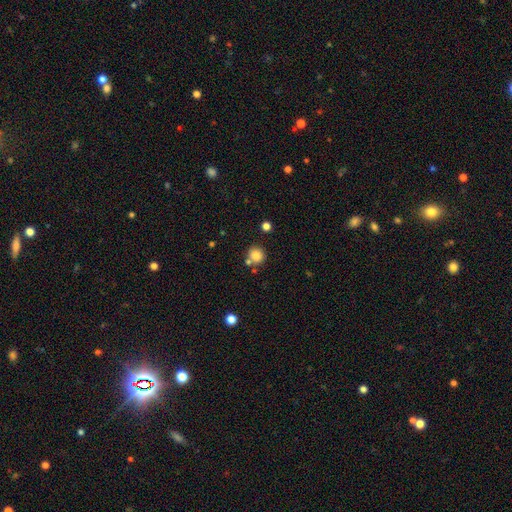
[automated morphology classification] smooth 84%, star or artifact 11%, featured or disk 5%. Down the decision tree: how rounded — round (87%); merging — none (71%).